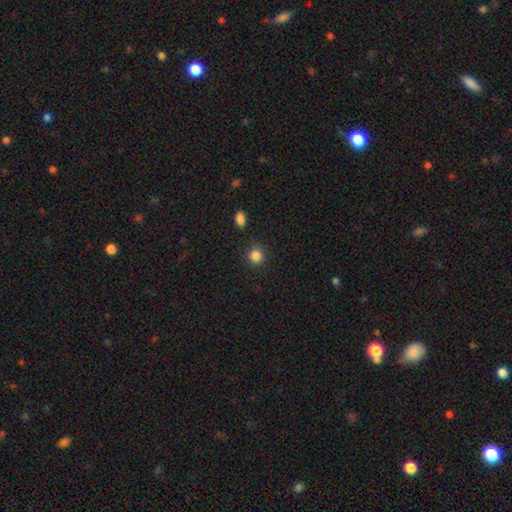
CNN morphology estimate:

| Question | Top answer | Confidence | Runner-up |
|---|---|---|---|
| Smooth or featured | smooth | 85% | star or artifact (11%) |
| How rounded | round | 92% | in between (7%) |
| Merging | none | 90% | minor disturbance (6%) |